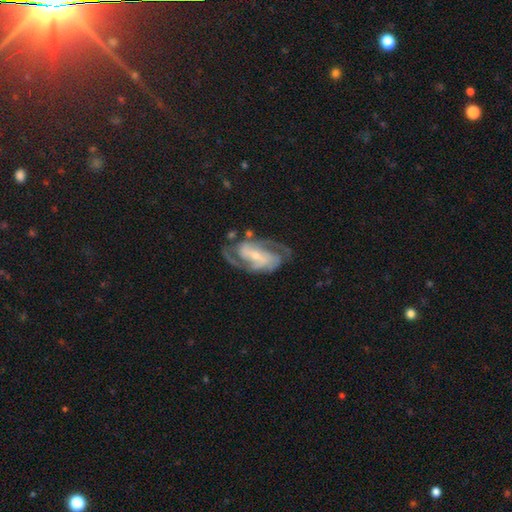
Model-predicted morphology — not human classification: Smooth or featured? Predicted: featured or disk (p=0.89). Edge-on disk? Predicted: no (p=0.97). Bar? Predicted: weak (p=0.38). Spiral arms? Predicted: yes (p=0.97). Spiral winding? Predicted: medium (p=0.50). Spiral arm count? Predicted: 2 (p=0.68). Bulge size? Predicted: small (p=0.66). Merging? Predicted: none (p=0.69).